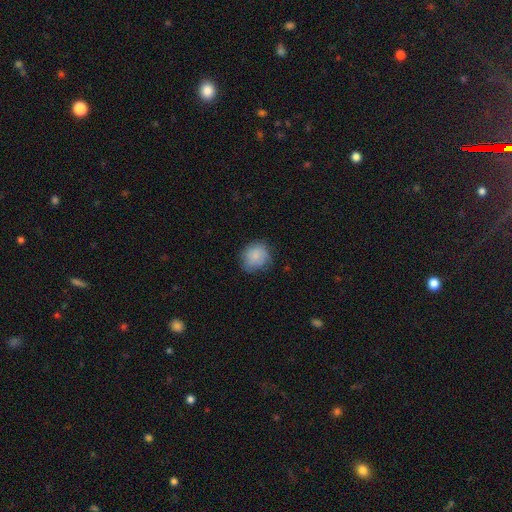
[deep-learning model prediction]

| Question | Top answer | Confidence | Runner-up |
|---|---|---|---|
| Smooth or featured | smooth | 81% | featured or disk (11%) |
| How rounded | round | 76% | in between (23%) |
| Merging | none | 66% | minor disturbance (26%) |